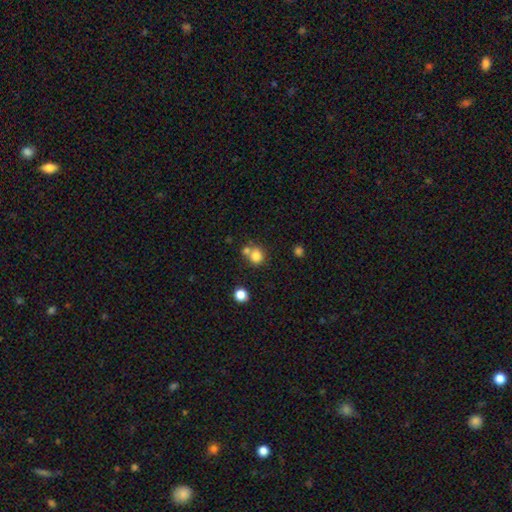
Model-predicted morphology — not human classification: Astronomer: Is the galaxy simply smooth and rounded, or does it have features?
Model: smooth — 79%.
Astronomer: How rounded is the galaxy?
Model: round — 83%.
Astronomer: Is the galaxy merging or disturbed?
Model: none — 52% (runner-up: merger, 35%).